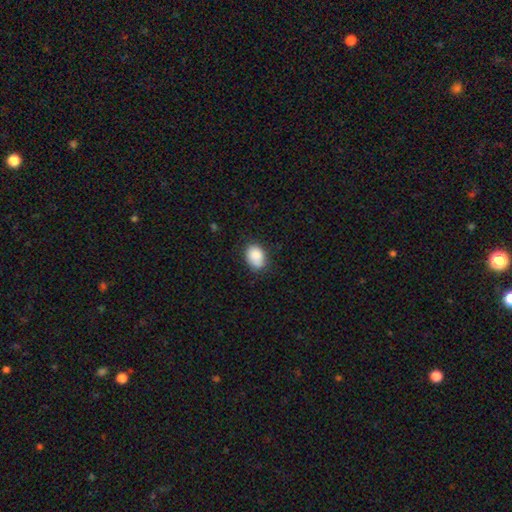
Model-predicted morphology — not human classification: Overall: smooth (87%). How rounded: in between (75%). Merging: none (71%).